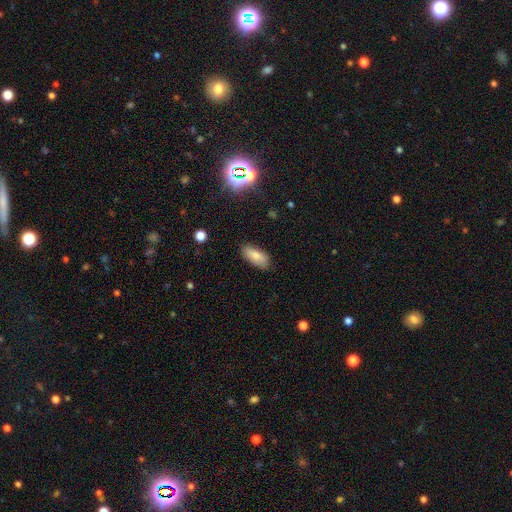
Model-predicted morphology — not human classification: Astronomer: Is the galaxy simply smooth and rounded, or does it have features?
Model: smooth — 78%.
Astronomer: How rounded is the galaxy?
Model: in between — 85%.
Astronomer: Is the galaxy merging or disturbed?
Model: none — 84%.